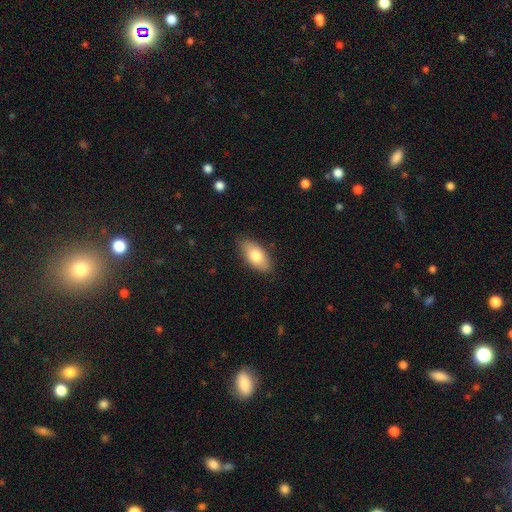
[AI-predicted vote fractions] This appears to be a smooth galaxy with no disk features (78%) that is in between round and cigar-shaped (92%). Merging: none (85%).